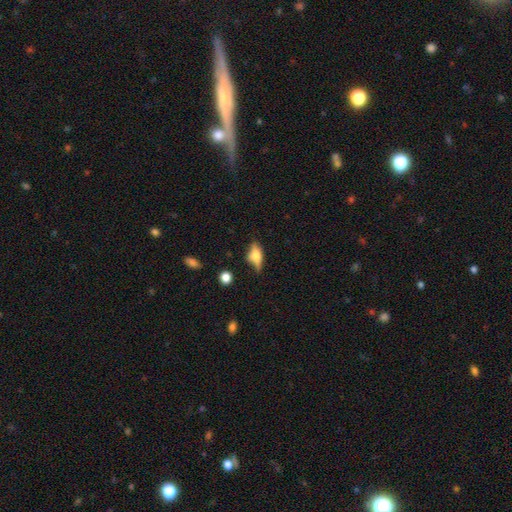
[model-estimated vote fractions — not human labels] smooth 60%, featured or disk 31%, star or artifact 9%. Down the decision tree: how rounded — in between (78%); merging — none (53%).